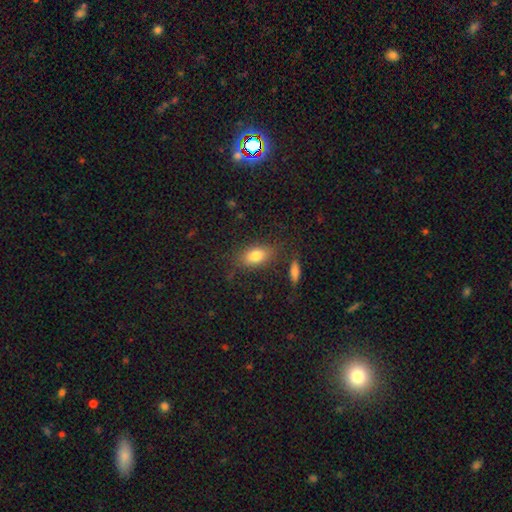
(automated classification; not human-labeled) The model was most divided on "merging": none: 77%, minor disturbance: 14%, major disturbance: 5%, merger: 4%. More confident: how rounded — in between (85%); smooth or featured — smooth (80%).